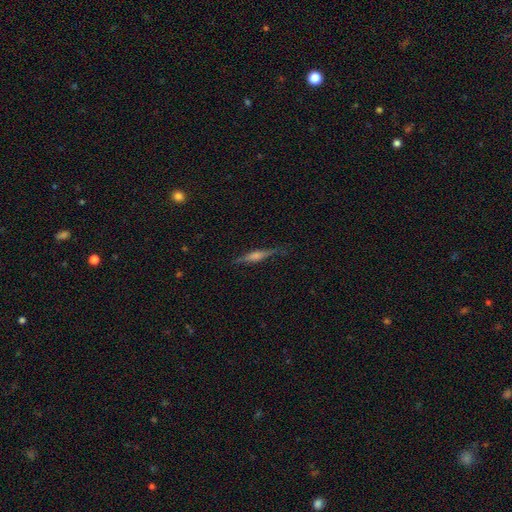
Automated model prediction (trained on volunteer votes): Morphology: type=featured or disk (73%); edge-on=yes (97%); edge-on bulge=rounded (72%); merging=none (84%).